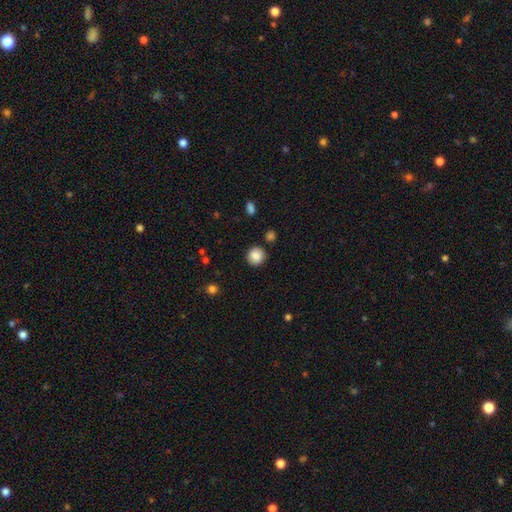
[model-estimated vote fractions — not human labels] A smooth galaxy with no disk features (85%) that is round (89%).

Vote fractions:
- Smooth or featured? smooth: 85% / star or artifact: 9% / featured or disk: 6%
- How rounded? round: 89% / in between: 10% / cigar-shaped: 1%
- Merging? none: 87% / minor disturbance: 8% / merger: 3% / major disturbance: 2%